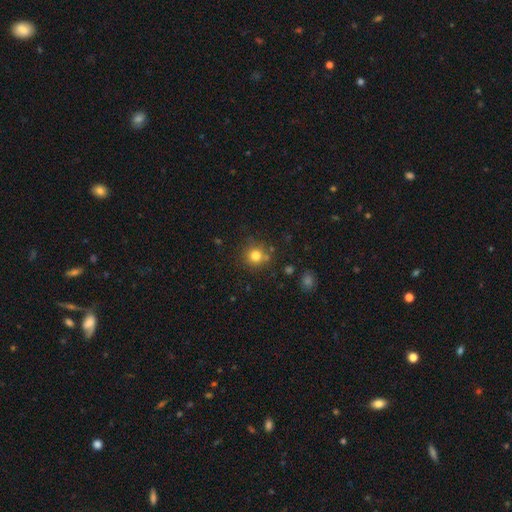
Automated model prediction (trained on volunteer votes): Overall: smooth (79%). How rounded: round (92%). Merging: none (78%).